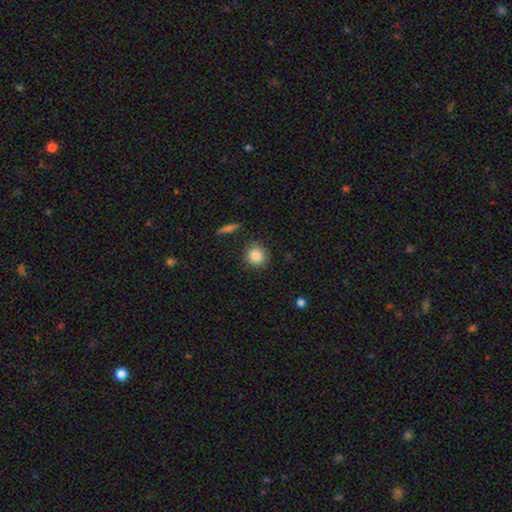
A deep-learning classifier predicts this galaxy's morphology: A smooth galaxy with no disk features (86%) that is round (91%). Merging: none (87%).